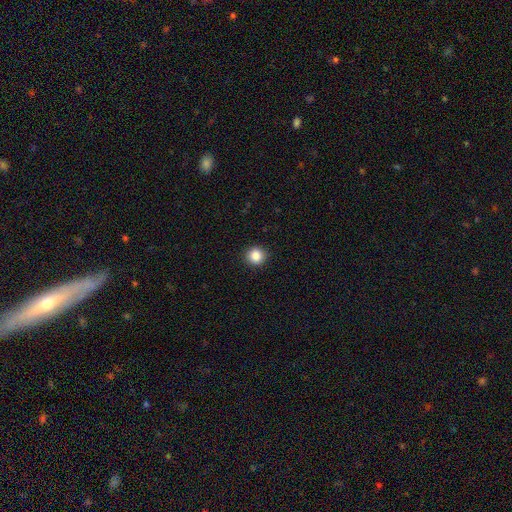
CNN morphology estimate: smooth-or-featured: smooth: 86% | star or artifact: 10% | featured or disk: 4%
  how-rounded: round: 90% | in between: 9% | cigar-shaped: 1%
  merging: none: 91% | minor disturbance: 6% | major disturbance: 2% | merger: 1%